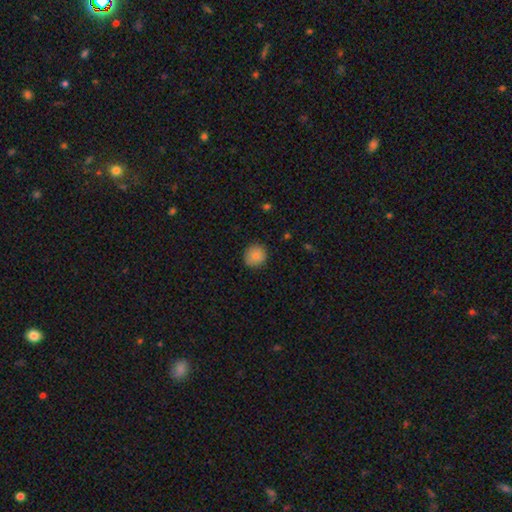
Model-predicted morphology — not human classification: smooth_or_featured: smooth (p=0.85) [alt: star or artifact p=0.09]
how_rounded: round (p=0.87) [alt: in between p=0.12]
merging: none (p=0.87) [alt: minor disturbance p=0.09]